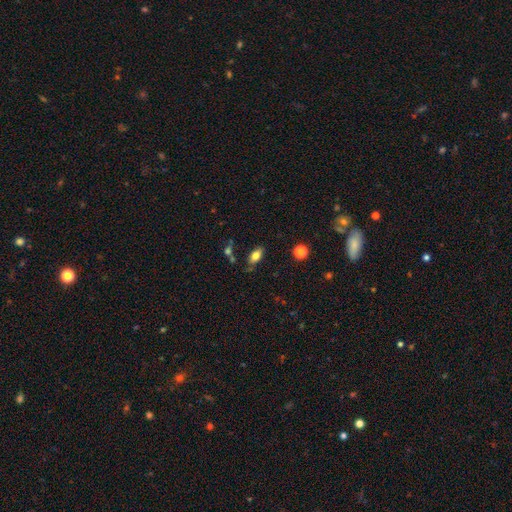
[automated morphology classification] Overall: smooth (76%). How rounded: in between (88%). Merging: none (75%).